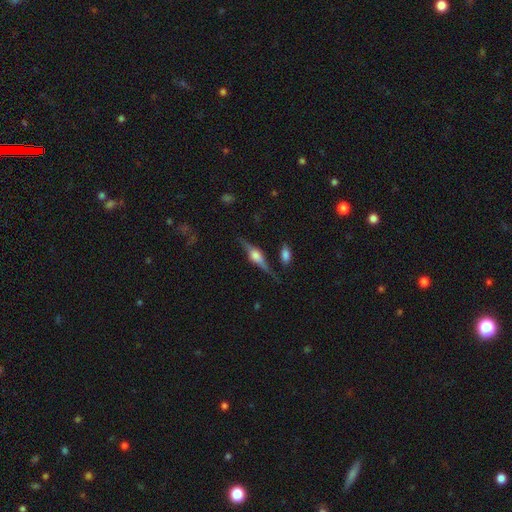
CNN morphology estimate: featured or disk 82%, smooth 12%, star or artifact 6%. Down the decision tree: edge-on disk — yes (97%); edge-on bulge — rounded (90%); merging — none (83%).